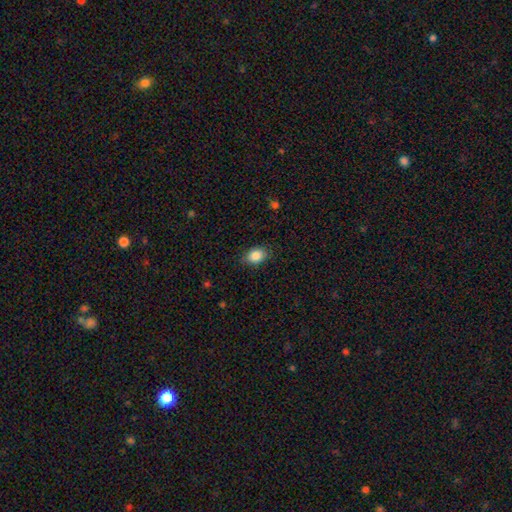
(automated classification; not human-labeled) A smooth galaxy with no disk features (86%) that is in between round and cigar-shaped (70%).

Vote fractions:
- Smooth or featured? smooth: 86% / star or artifact: 9% / featured or disk: 6%
- How rounded? in between: 70% / round: 28% / cigar-shaped: 1%
- Merging? none: 82% / minor disturbance: 14% / major disturbance: 3% / merger: 1%